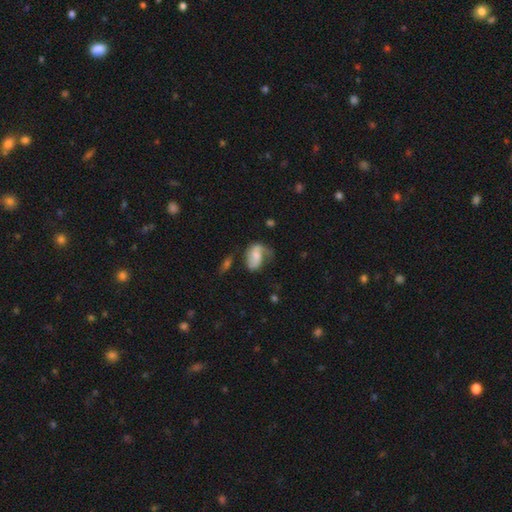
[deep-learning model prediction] A featured or disk galaxy (51%). Merging: none (38%).